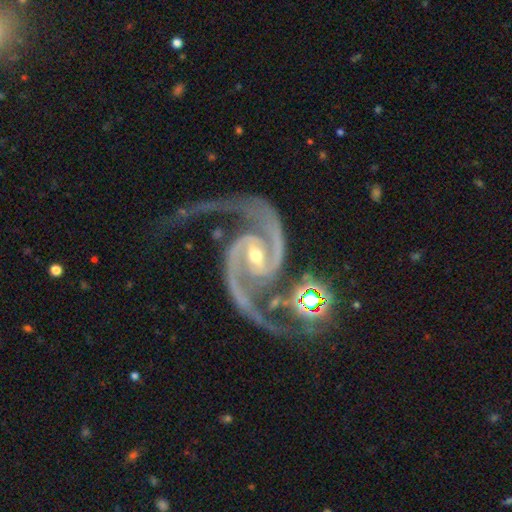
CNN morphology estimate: A featured or disk galaxy (94%) with a weak bar (41%), 2 (94%) medium (53%) spiral arms (99%) and a moderate central bulge (51%). Merging: none (55%).